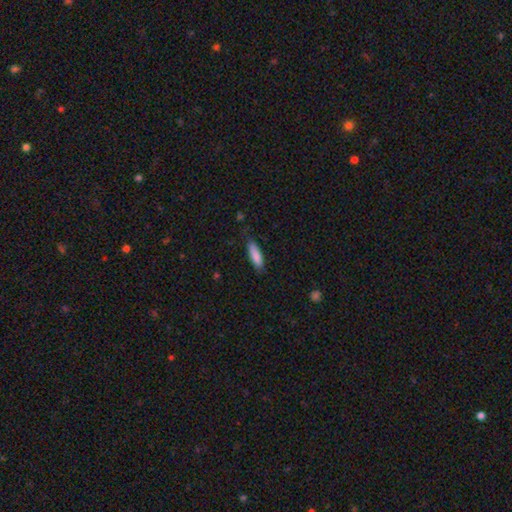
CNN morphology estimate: The model was most divided on "how rounded": cigar-shaped: 53%, in between: 45%, round: 1%. More confident: smooth or featured — smooth (86%); merging — none (78%).